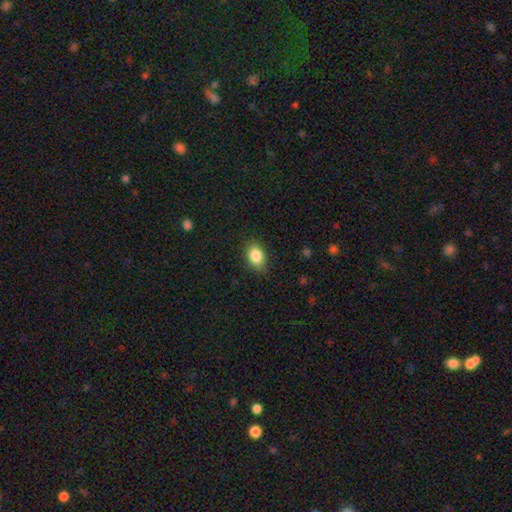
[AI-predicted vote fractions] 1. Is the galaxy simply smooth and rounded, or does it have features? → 86% smooth, 9% star or artifact, 6% featured or disk.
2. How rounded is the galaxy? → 77% in between, 22% round, 1% cigar-shaped.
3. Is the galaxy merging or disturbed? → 82% none, 14% minor disturbance, 3% major disturbance, 1% merger.